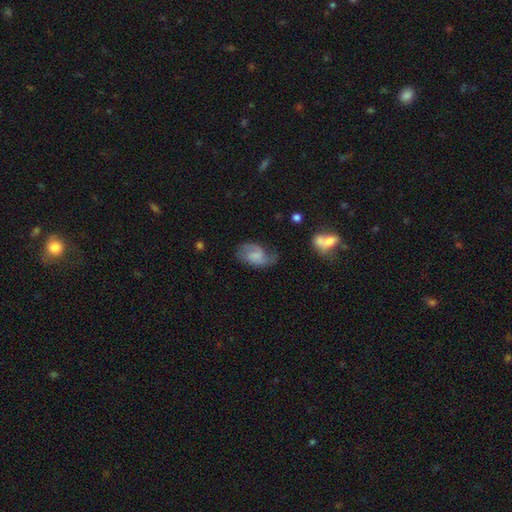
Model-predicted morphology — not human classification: type=featured or disk (49%); merging=none (48%).